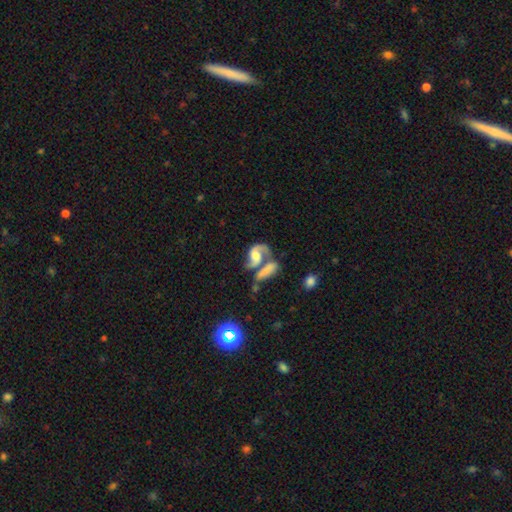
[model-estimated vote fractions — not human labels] This is likely a featured or disk galaxy (75%). It is clearly not viewed edge-on (96%). Bar: possibly no (52%). Spiral arm pattern: clearly yes (91%). Spiral arm count: likely 2 (79%). Spiral winding: possibly loose (50%). Central bulge: marginally moderate (43%). Merging: possibly merger (53%).